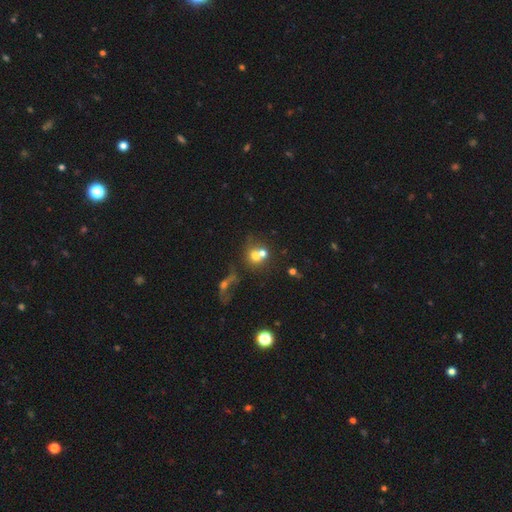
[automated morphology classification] This is possibly a smooth galaxy (59%). How rounded: likely round (78%). Merging: possibly merger (54%).